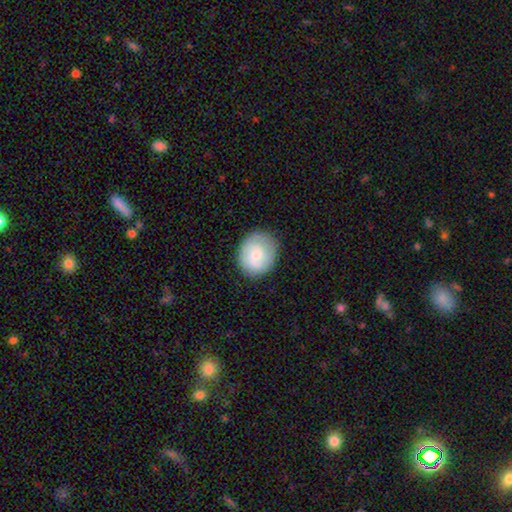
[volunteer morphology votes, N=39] smooth_or_featured: smooth (p=0.64) [alt: featured or disk p=0.33]
how_rounded: round (p=0.84) [alt: in between p=0.16]
merging: none (p=0.82) [alt: minor disturbance p=0.11]